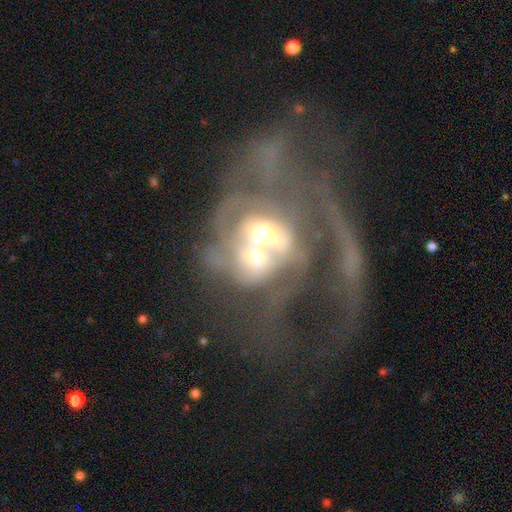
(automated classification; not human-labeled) Smooth or featured? featured or disk (62%)
Edge-on disk? no (96%)
Bar? no (71%)
Spiral arms? no (52%)
Bulge size? moderate (54%)
Merging? merger (70%)